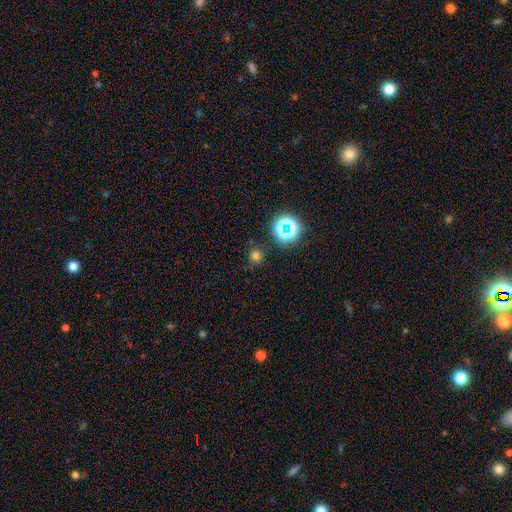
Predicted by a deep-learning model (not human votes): This appears to be a smooth galaxy with no disk features (64%) that is round (89%). Merging: none (78%).